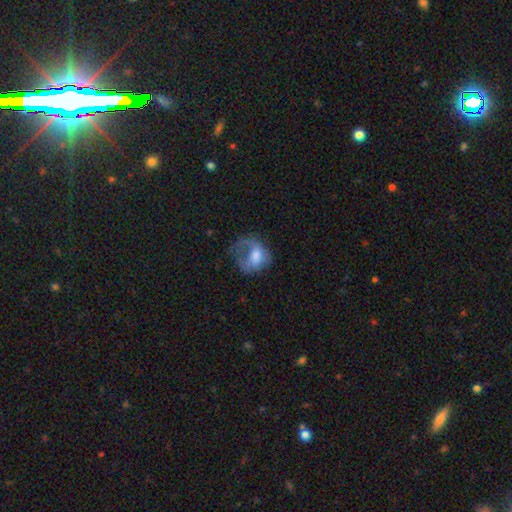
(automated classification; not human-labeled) This appears to be a smooth galaxy with no disk features (52%) that is in between round and cigar-shaped (50%). Merging: major disturbance (51%).